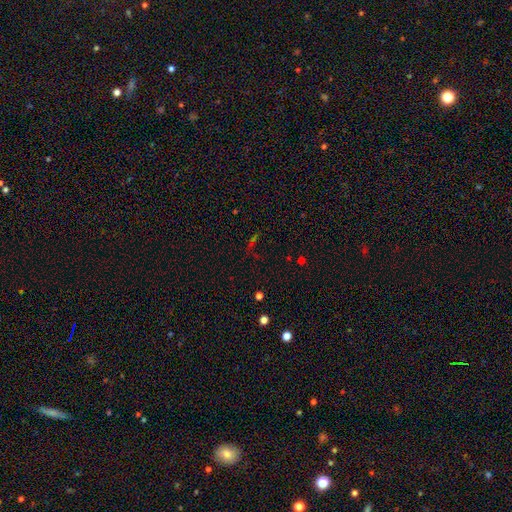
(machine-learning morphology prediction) smooth_or_featured: star or artifact (p=0.55) [alt: smooth p=0.32]